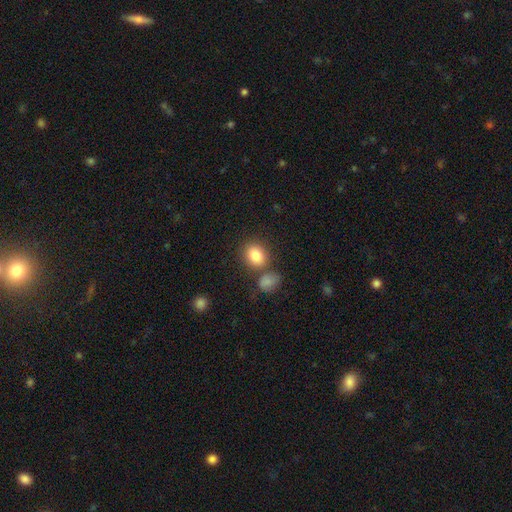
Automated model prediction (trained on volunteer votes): This appears to be a smooth galaxy with no disk features (85%) that is in between round and cigar-shaped (51%). Merging: none (65%).